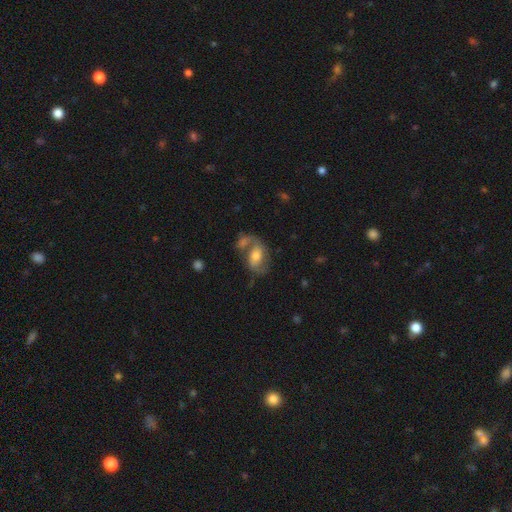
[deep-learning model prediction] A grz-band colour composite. It shows a featured or disk galaxy (63%) with no bar (45%), spiral arms (80%) and a moderate central bulge (64%). Merging: none (40%).